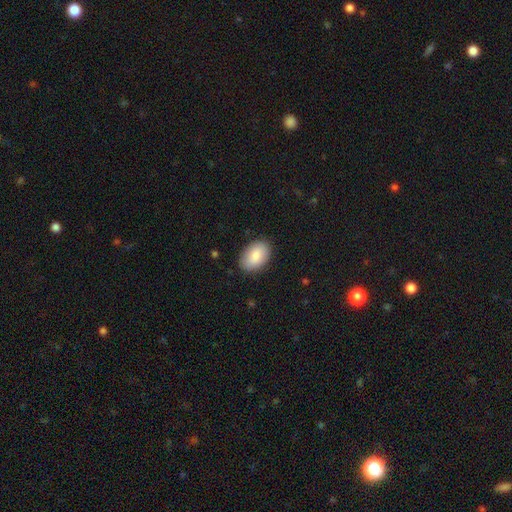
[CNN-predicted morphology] This appears to be a smooth galaxy with no disk features (85%) that is in between round and cigar-shaped (89%). Merging: none (86%).